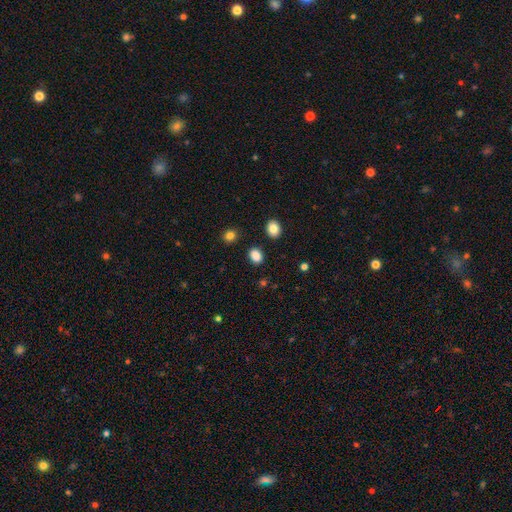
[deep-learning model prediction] Q: Smooth or featured?
A: smooth (86%); runner-up: star or artifact (11%)
Q: How rounded?
A: in between (62%); runner-up: round (37%)
Q: Merging?
A: none (86%); runner-up: minor disturbance (8%)